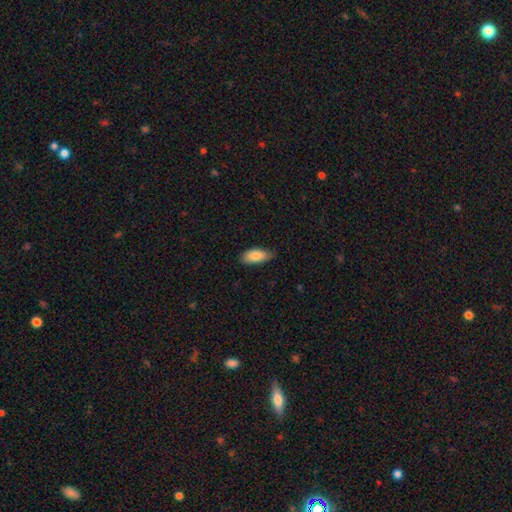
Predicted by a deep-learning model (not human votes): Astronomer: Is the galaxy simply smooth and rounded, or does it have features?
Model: smooth — 85%.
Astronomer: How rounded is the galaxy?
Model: in between — 87%.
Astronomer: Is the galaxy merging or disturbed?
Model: none — 74%.